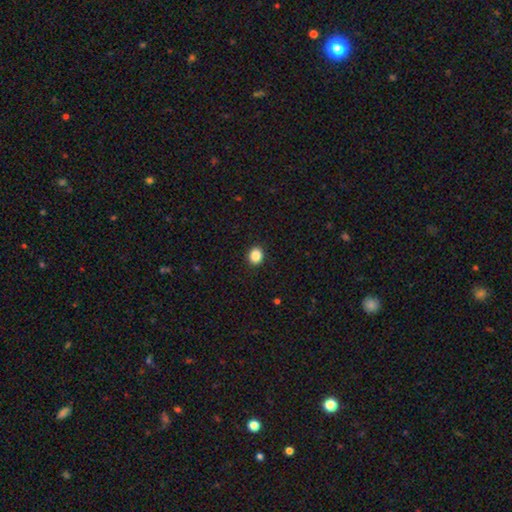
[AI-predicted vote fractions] This appears to be a smooth galaxy with no disk features (87%) that is round (72%). Merging: none (91%).